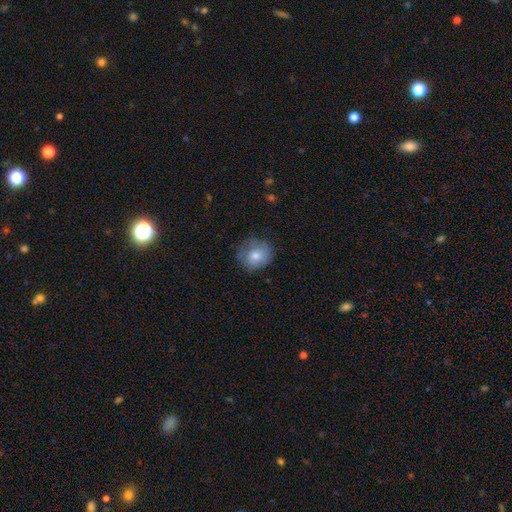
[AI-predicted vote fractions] smooth 74%, featured or disk 17%, star or artifact 9%. Down the decision tree: how rounded — round (78%); merging — none (69%).